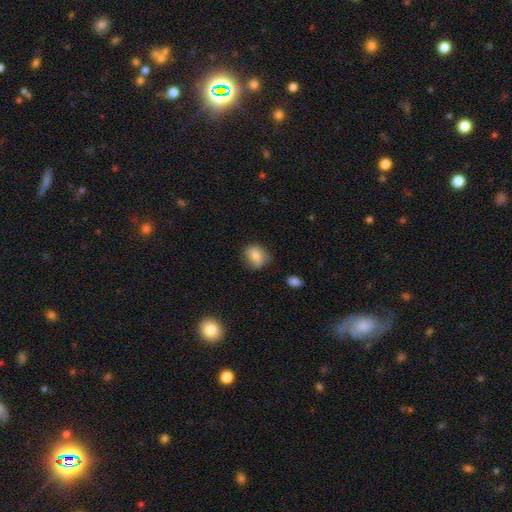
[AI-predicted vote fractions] Morphology: type=smooth (76%); roundness=round (51%); merging=none (68%).